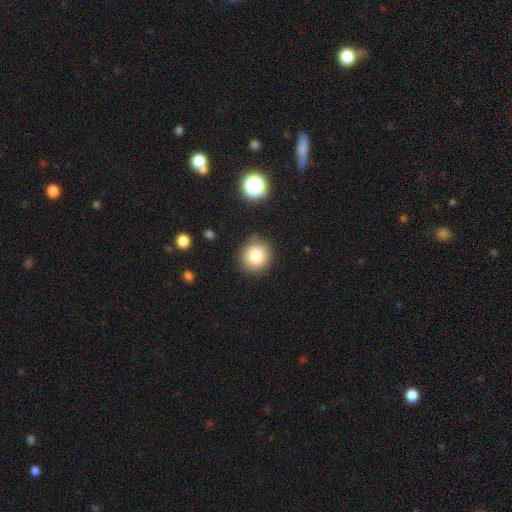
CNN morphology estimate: type=smooth (81%); roundness=round (90%); merging=none (86%).